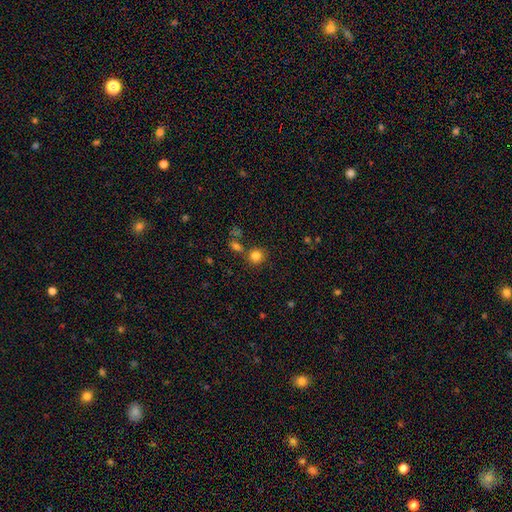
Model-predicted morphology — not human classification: smooth_or_featured: smooth (p=0.82) [alt: star or artifact p=0.12]
how_rounded: round (p=0.86) [alt: in between p=0.13]
merging: none (p=0.74) [alt: merger p=0.13]